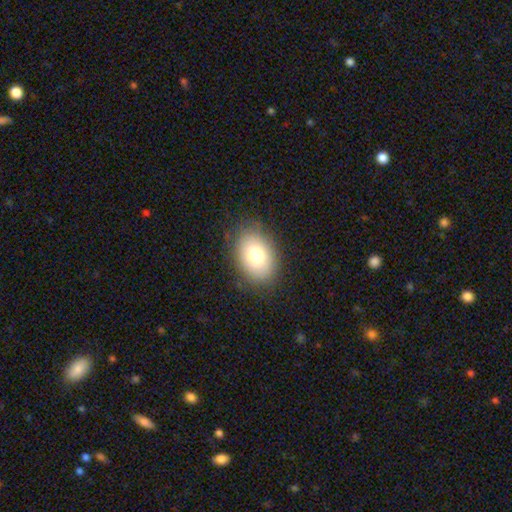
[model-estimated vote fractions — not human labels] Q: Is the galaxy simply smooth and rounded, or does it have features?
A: smooth — 77%.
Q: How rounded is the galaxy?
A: in between — 76%.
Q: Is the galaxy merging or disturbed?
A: none — 83%.